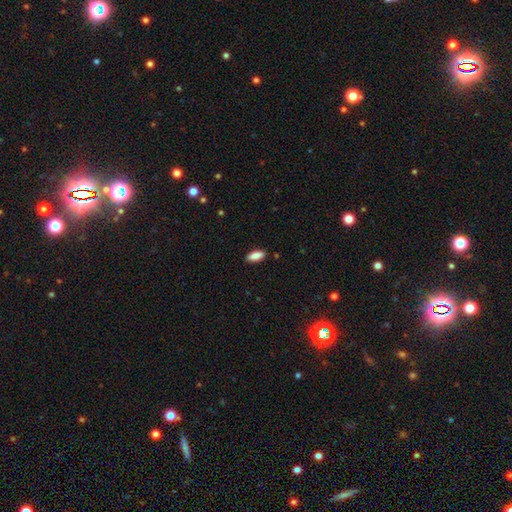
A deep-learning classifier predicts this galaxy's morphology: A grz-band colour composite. It shows a smooth galaxy with no disk features (87%) that is in between round and cigar-shaped (80%). Merging: none (88%).